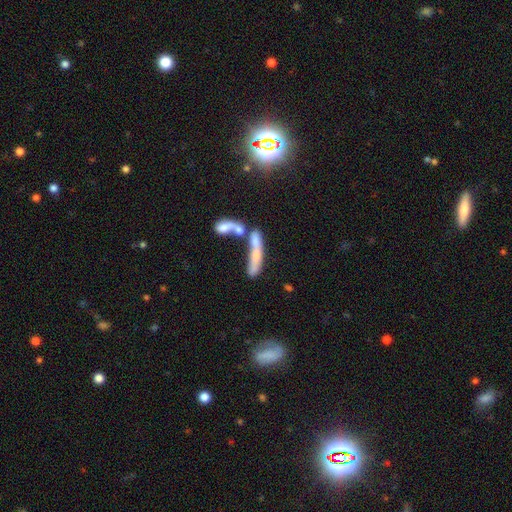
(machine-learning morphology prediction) Q: Smooth or featured?
A: smooth (55%); runner-up: featured or disk (35%)
Q: How rounded?
A: cigar-shaped (76%); runner-up: in between (20%)
Q: Merging?
A: merger (58%); runner-up: none (19%)